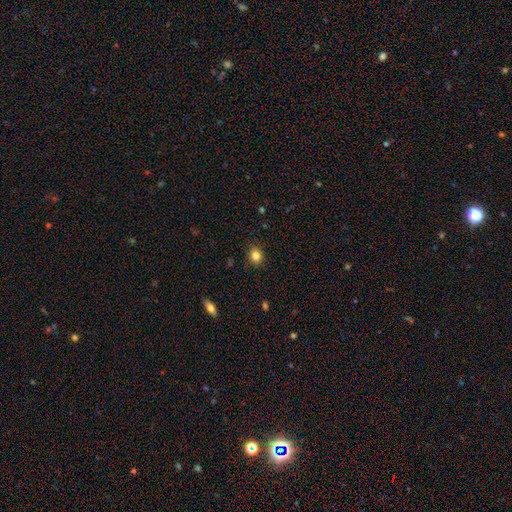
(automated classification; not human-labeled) Overall: smooth (83%). How rounded: round (71%). Merging: none (88%).